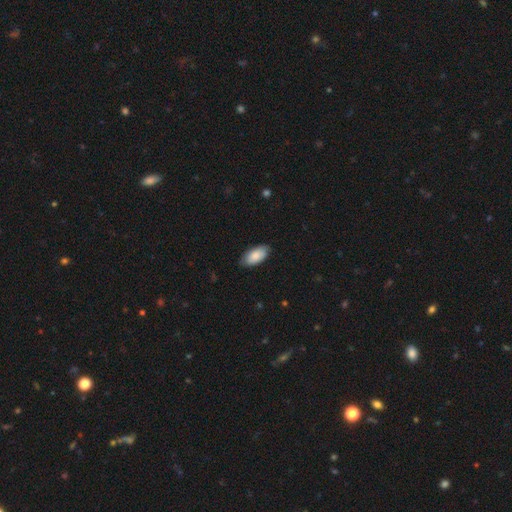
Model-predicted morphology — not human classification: type=smooth (85%); roundness=in between (94%); merging=none (82%).